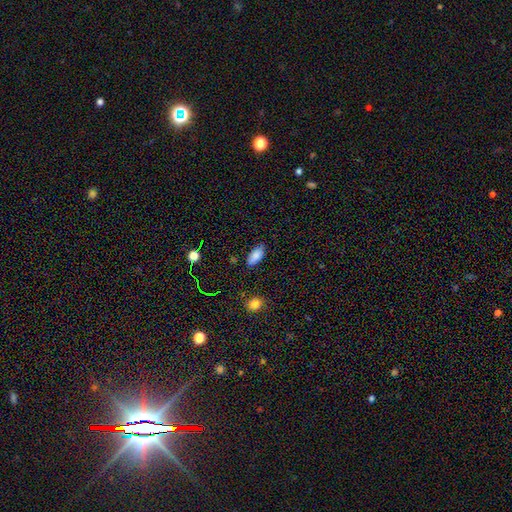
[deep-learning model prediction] This appears to be a smooth galaxy with no disk features (85%) that is in between round and cigar-shaped (89%). Merging: none (80%).